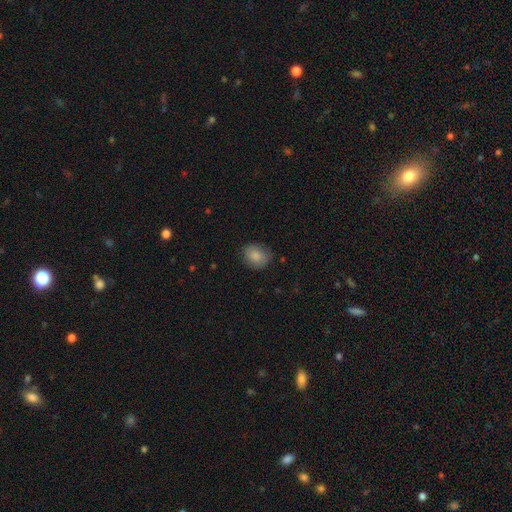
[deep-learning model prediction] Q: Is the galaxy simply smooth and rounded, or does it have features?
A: smooth — 85%.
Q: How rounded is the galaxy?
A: round — 60%.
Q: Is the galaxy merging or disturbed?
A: none — 75%.